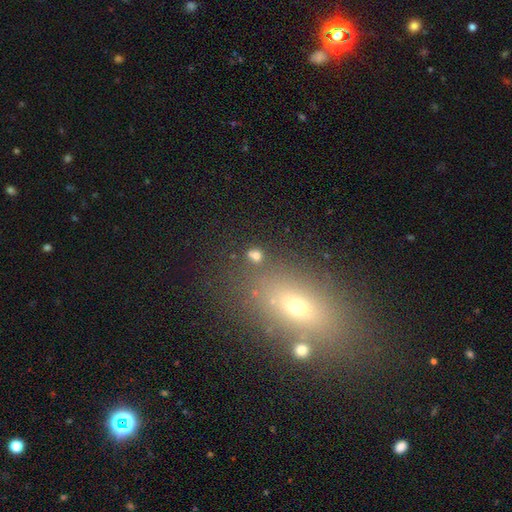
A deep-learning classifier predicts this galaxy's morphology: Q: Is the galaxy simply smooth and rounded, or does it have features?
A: smooth — 70%.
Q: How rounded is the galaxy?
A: round — 61%.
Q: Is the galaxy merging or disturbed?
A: none — 70%.